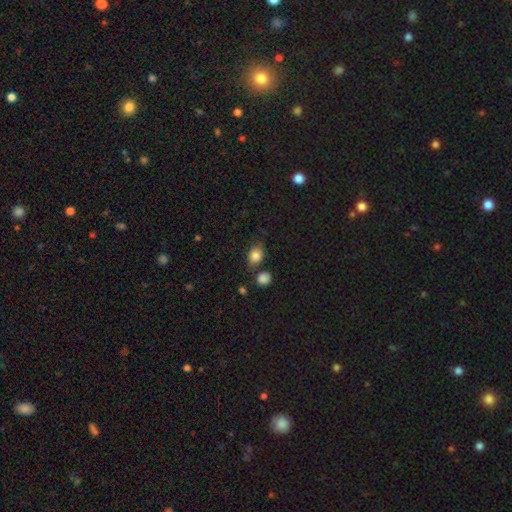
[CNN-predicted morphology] smooth 84%, star or artifact 10%, featured or disk 6%. Down the decision tree: how rounded — in between (58%); merging — none (68%).